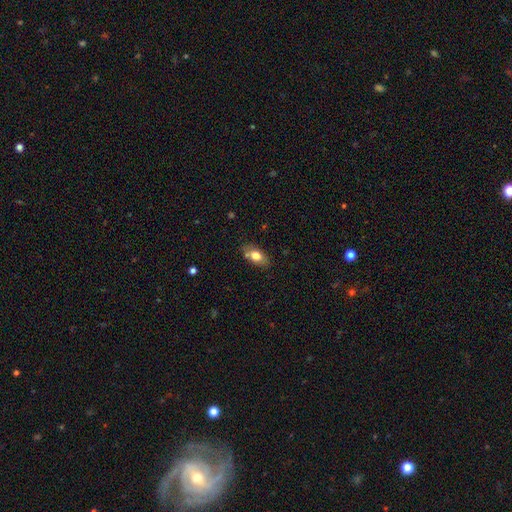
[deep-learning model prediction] This appears to be a smooth galaxy with no disk features (74%) that is in between round and cigar-shaped (87%). Merging: none (75%).